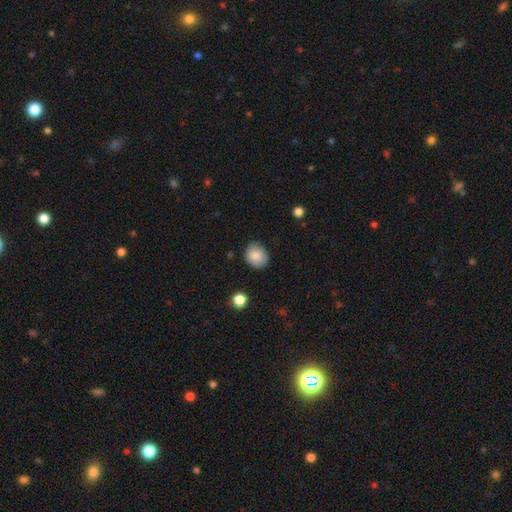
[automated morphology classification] The model was most divided on "how rounded": round: 66%, in between: 34%, cigar-shaped: 1%. More confident: smooth or featured — smooth (84%); merging — none (84%).